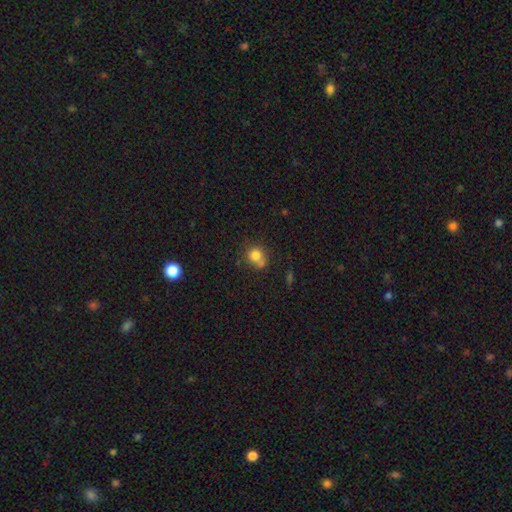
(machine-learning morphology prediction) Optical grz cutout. It shows a smooth galaxy with no disk features (79%) that is round (83%). Merging: none (54%).